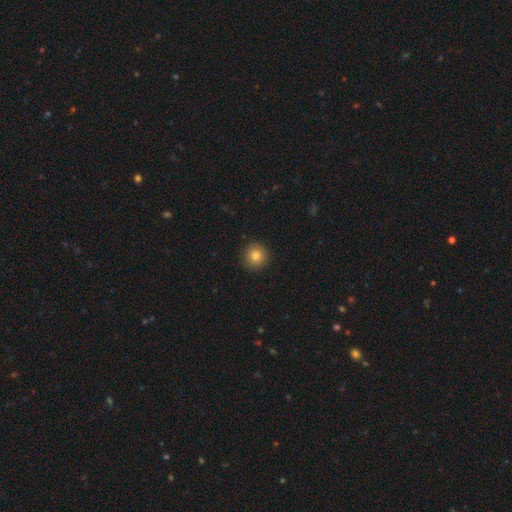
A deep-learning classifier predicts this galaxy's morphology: smooth 83%, star or artifact 10%, featured or disk 8%. Down the decision tree: how rounded — round (95%); merging — none (92%).